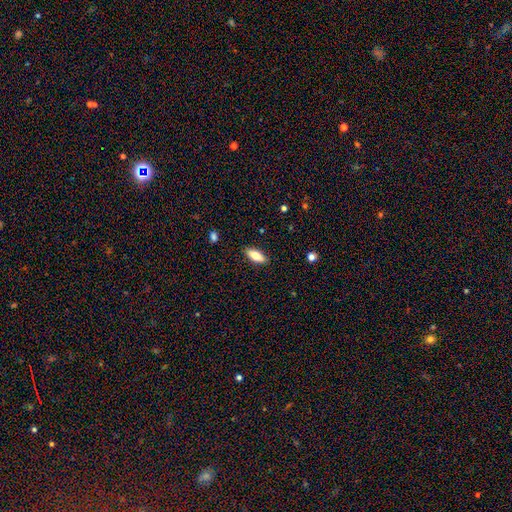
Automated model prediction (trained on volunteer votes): Overall: smooth (70%). How rounded: in between (73%). Merging: none (88%).